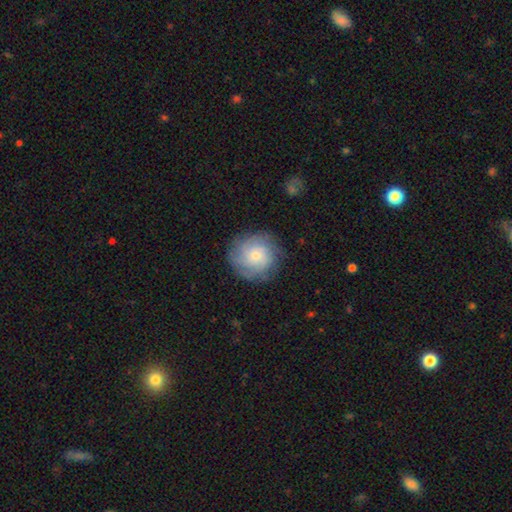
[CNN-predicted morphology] This appears to be a featured or disk galaxy (60%) with no bar (81%), tight (66%) spiral arms (90%) and a small central bulge (71%). Merging: none (82%).